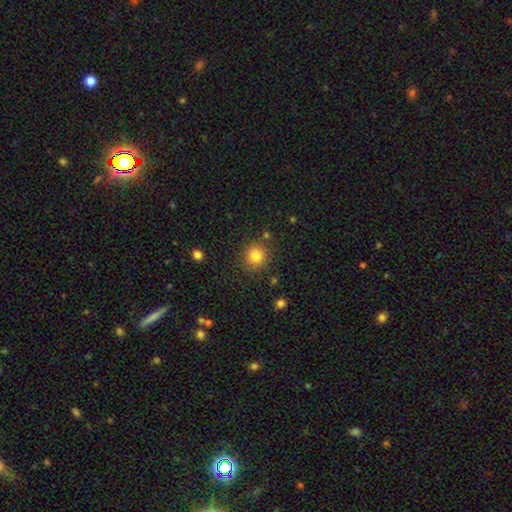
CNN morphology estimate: This is clearly a smooth galaxy (83%). How rounded: clearly round (91%). Merging: clearly none (84%).